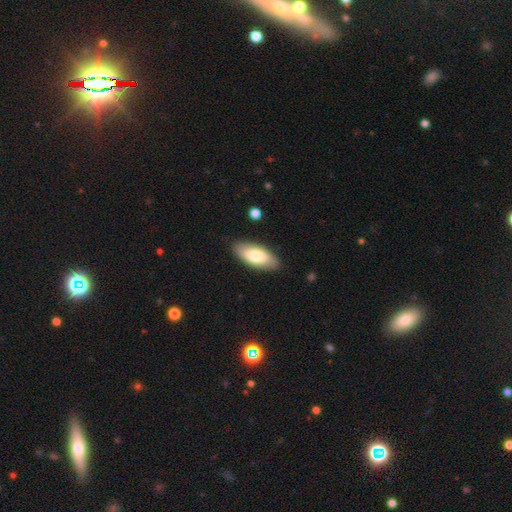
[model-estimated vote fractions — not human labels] Smooth or featured?
  - smooth: 74% *
  - featured or disk: 20%
  - star or artifact: 5%
How rounded?
  - in between: 88% *
  - cigar-shaped: 10%
  - round: 2%
Merging?
  - none: 86% *
  - minor disturbance: 10%
  - major disturbance: 2%
  - merger: 1%